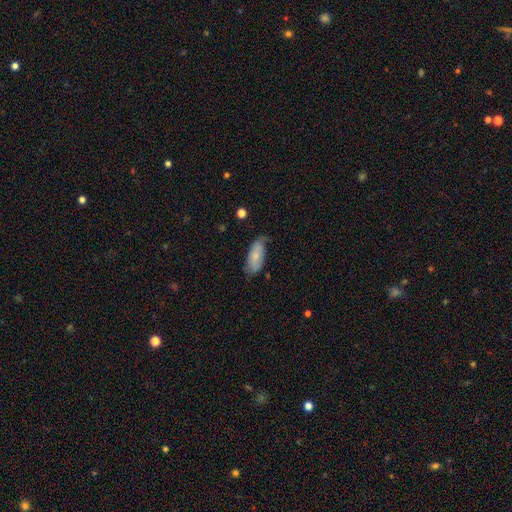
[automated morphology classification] A smooth galaxy with no disk features (69%) that is in between round and cigar-shaped (84%).

Vote fractions:
- Smooth or featured? smooth: 69% / featured or disk: 25% / star or artifact: 6%
- How rounded? in between: 84% / cigar-shaped: 14% / round: 2%
- Merging? none: 56% / minor disturbance: 33% / major disturbance: 9% / merger: 2%